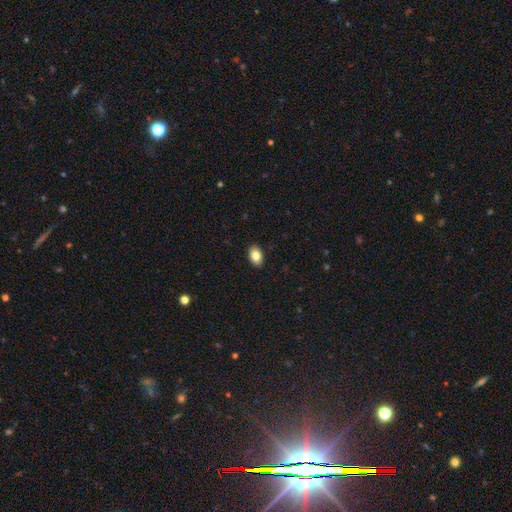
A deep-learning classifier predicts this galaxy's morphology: Smooth or featured: smooth — 84% (star or artifact — 8%)
How rounded: in between — 88% (round — 11%)
Merging: none — 90% (minor disturbance — 7%)